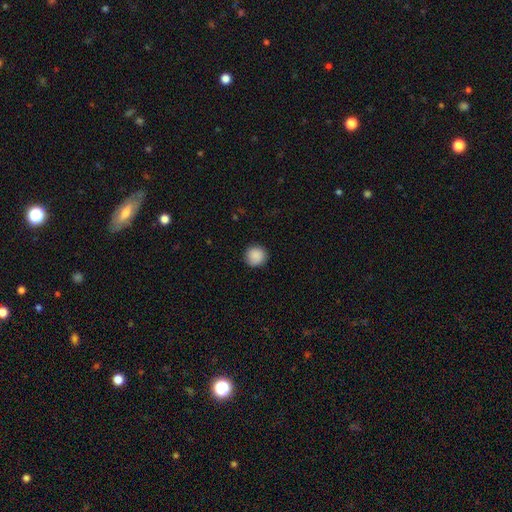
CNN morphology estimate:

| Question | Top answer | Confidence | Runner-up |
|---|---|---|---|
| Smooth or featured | smooth | 89% | star or artifact (8%) |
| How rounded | round | 93% | in between (6%) |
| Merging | none | 89% | minor disturbance (8%) |